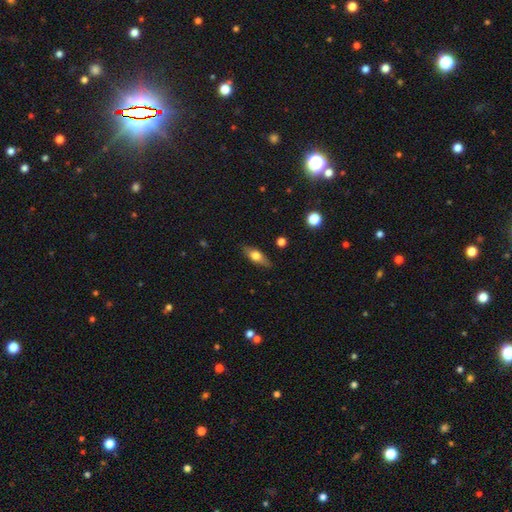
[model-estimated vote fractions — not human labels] Morphology: type=smooth (57%); roundness=in between (62%); merging=none (84%).